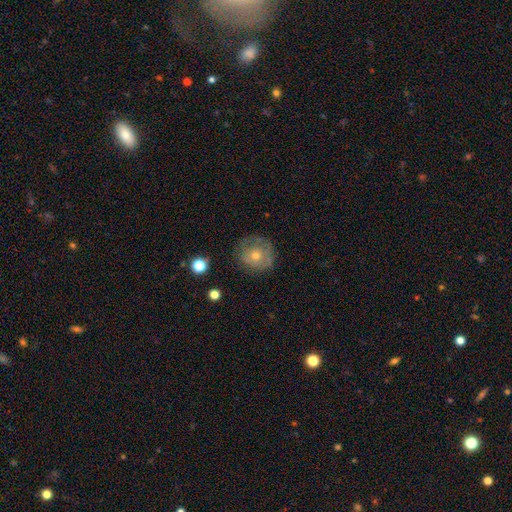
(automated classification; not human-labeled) Smooth or featured: smooth — 48% (featured or disk — 42%)
Merging: none — 75% (minor disturbance — 17%)